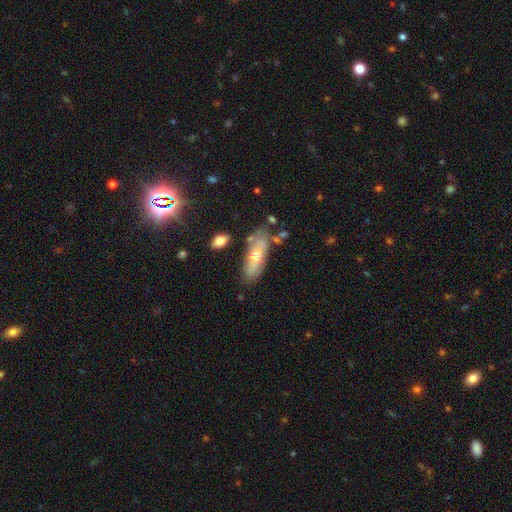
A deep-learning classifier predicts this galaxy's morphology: smooth_or_featured: featured or disk (p=0.48) [alt: smooth p=0.43]
merging: none (p=0.69) [alt: minor disturbance p=0.18]